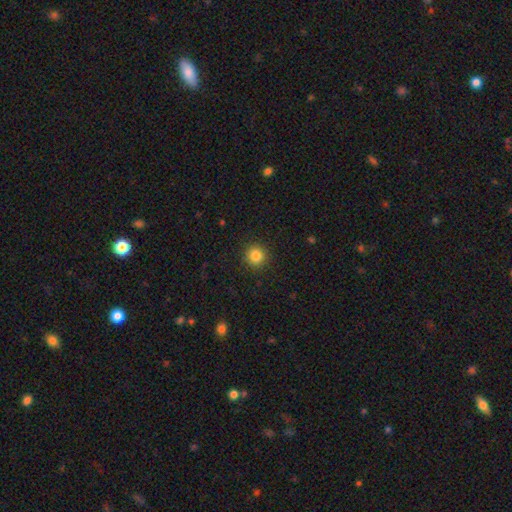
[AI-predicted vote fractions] Morphology: type=smooth (84%); roundness=round (94%); merging=none (92%).